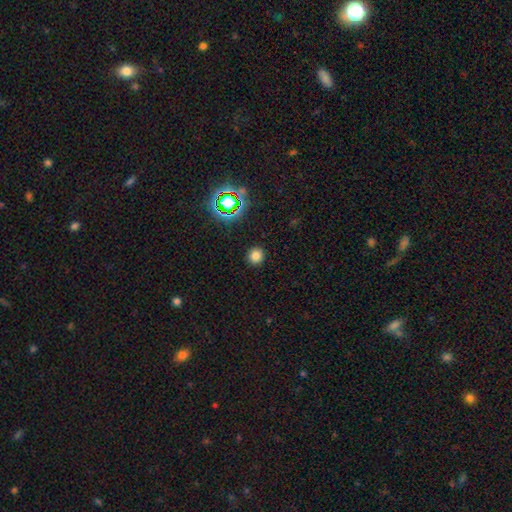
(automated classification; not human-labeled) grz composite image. It shows a smooth galaxy with no disk features (77%) that is round (91%). Merging: none (91%).